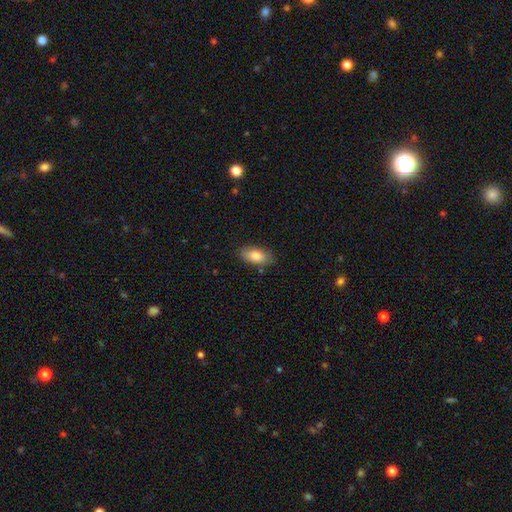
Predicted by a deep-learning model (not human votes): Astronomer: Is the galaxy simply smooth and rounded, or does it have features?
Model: smooth — 83%.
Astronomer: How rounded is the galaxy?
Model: in between — 91%.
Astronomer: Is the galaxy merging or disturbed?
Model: none — 81%.